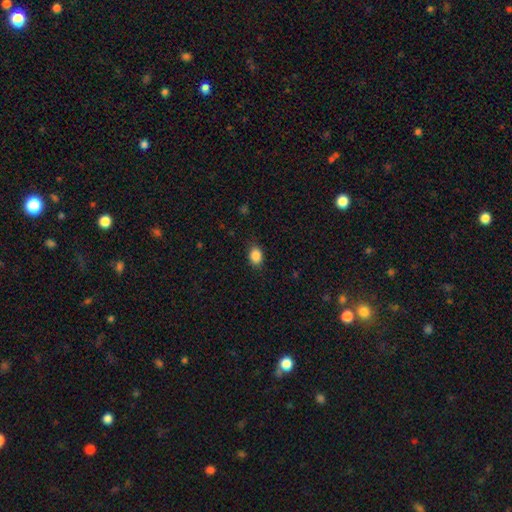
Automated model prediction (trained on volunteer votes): This is clearly a smooth galaxy (87%). How rounded: likely in between (67%). Merging: clearly none (85%).